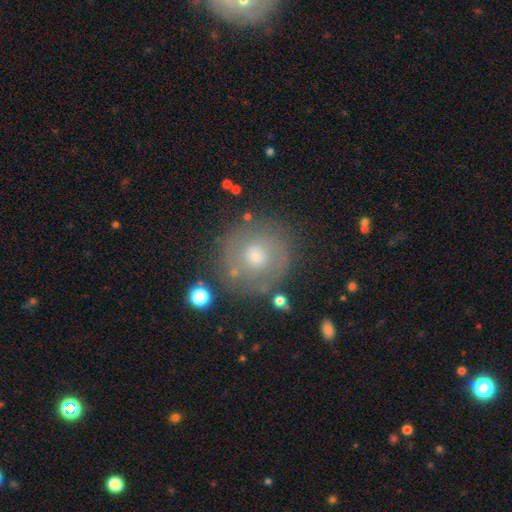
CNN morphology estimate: type=smooth (45%); merging=none (79%).